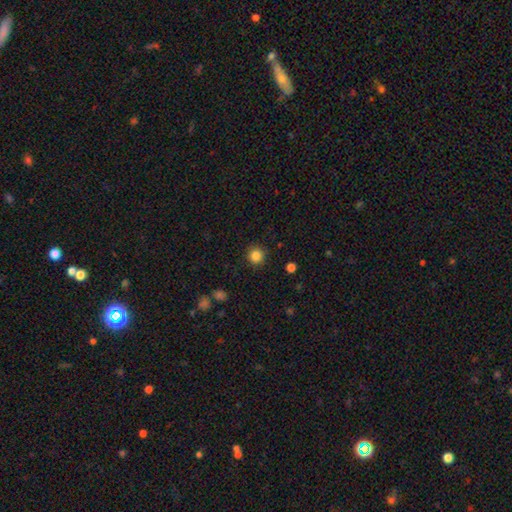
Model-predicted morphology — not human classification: Overall: smooth (85%). How rounded: round (94%). Merging: none (90%).